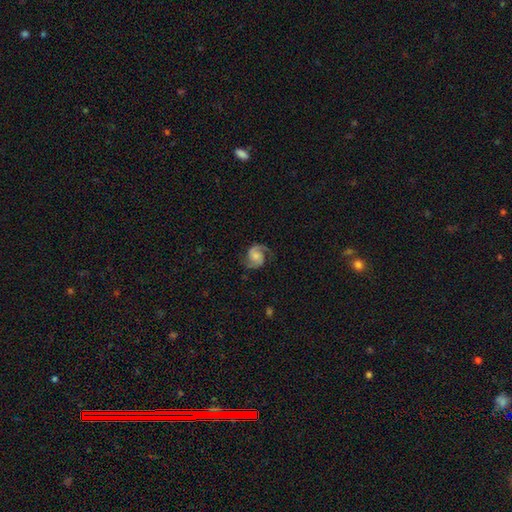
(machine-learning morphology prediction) type=featured or disk (87%); edge-on=no (98%); bar=no (58%); spiral arms=yes (98%); winding=medium (56%); arm count=2 (92%); bulge=moderate (35%); merging=none (78%).